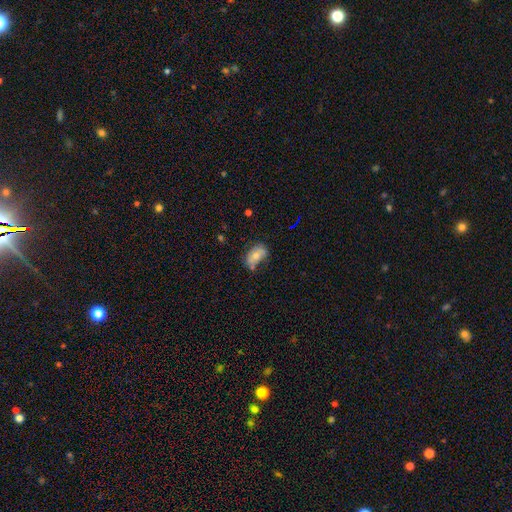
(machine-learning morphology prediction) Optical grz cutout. It shows a smooth galaxy with no disk features (60%) that is in between round and cigar-shaped (86%). Merging: none (52%).